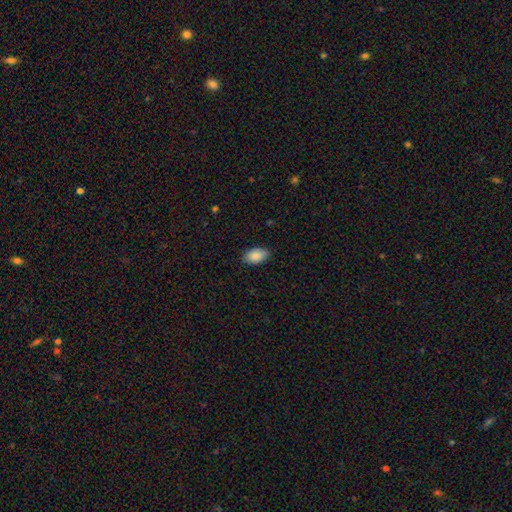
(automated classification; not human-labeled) Smooth or featured: smooth — 88% (star or artifact — 6%)
How rounded: in between — 93% (round — 5%)
Merging: none — 84% (minor disturbance — 13%)